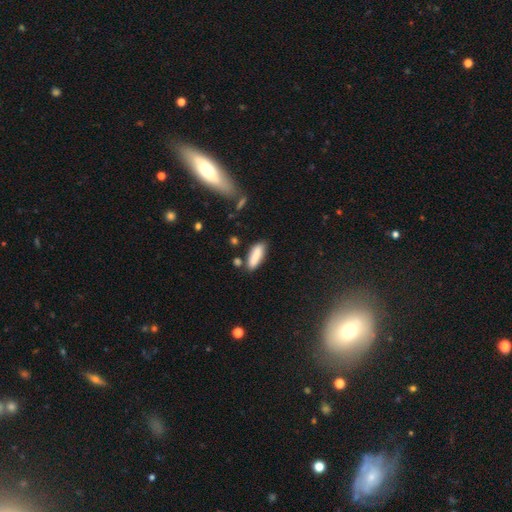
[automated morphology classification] The model was most divided on "how rounded": in between: 55%, cigar-shaped: 43%, round: 2%. More confident: smooth or featured — smooth (86%); merging — none (74%).